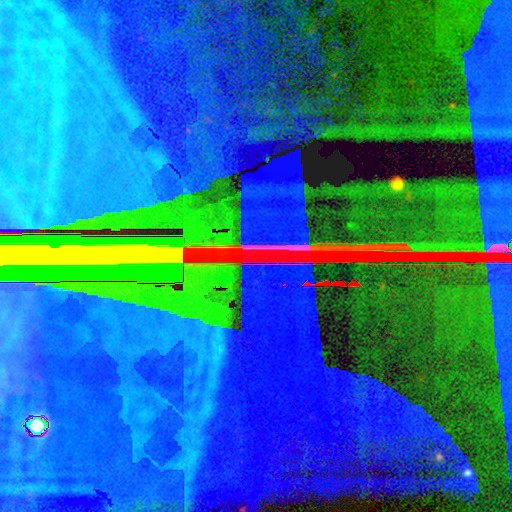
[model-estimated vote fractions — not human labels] The model was most divided on "smooth or featured": star or artifact: 87%, featured or disk: 8%, smooth: 6%.